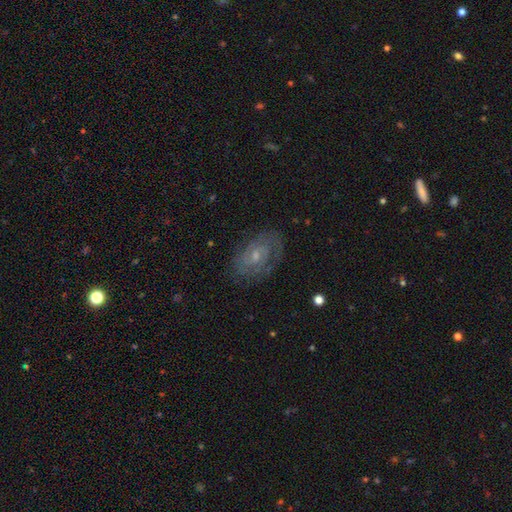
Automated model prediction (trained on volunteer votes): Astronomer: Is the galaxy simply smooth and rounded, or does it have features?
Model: featured or disk — 70%.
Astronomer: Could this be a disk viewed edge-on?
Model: no — 96%.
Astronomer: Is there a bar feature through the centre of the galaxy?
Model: no — 60%.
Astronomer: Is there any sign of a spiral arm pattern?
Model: yes — 84%.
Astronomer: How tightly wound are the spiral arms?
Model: tight — 57% (runner-up: medium, 32%).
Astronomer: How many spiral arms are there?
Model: can't tell — 40%, tied with 2 at 40%.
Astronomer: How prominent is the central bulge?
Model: small — 59%.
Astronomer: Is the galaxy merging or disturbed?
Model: none — 73%.